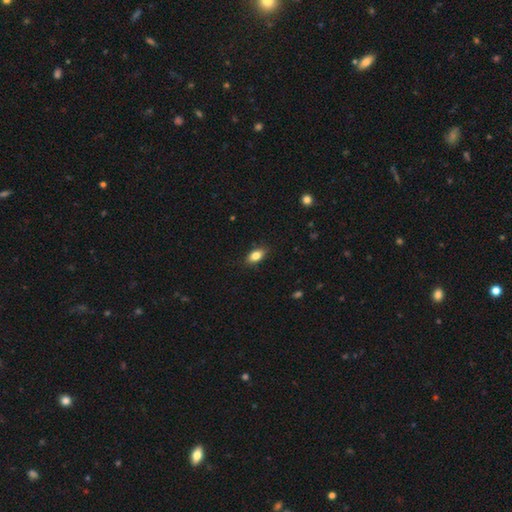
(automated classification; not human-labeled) smooth_or_featured: smooth (p=0.82) [alt: featured or disk p=0.10]
how_rounded: in between (p=0.87) [alt: round p=0.08]
merging: none (p=0.86) [alt: minor disturbance p=0.10]